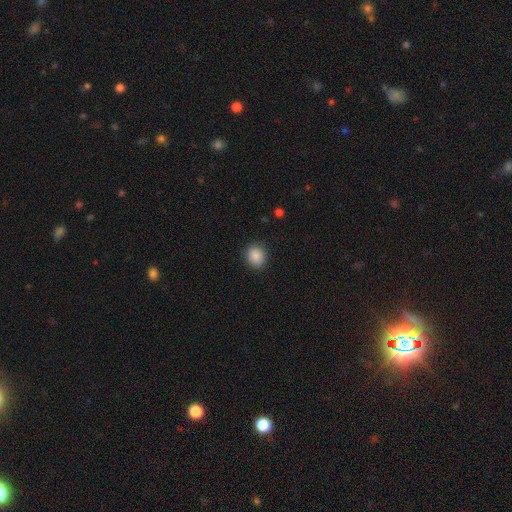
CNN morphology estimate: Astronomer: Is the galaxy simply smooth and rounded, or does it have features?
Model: smooth — 87%.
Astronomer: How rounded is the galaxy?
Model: round — 77%.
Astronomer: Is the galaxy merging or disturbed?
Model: none — 88%.